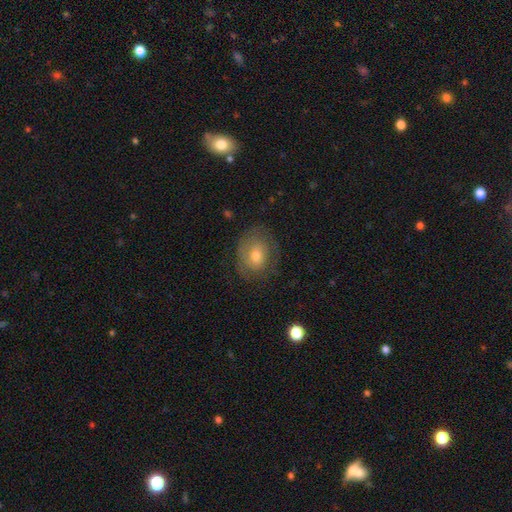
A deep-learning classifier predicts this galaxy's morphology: Smooth or featured? Predicted: smooth (p=0.52). How rounded? Predicted: in between (p=0.53). Merging? Predicted: none (p=0.69).